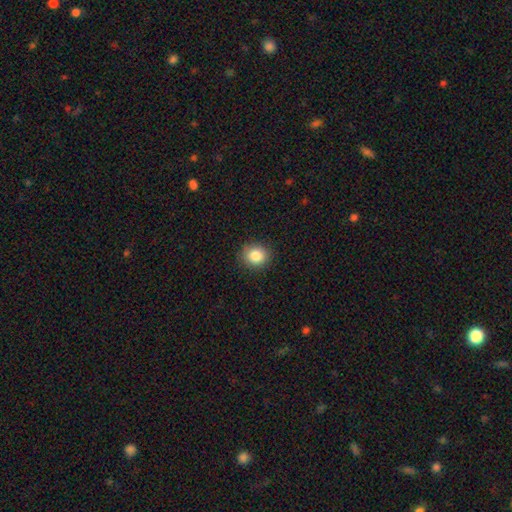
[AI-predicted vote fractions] smooth 85%, star or artifact 9%, featured or disk 5%. Down the decision tree: how rounded — round (78%); merging — none (88%).